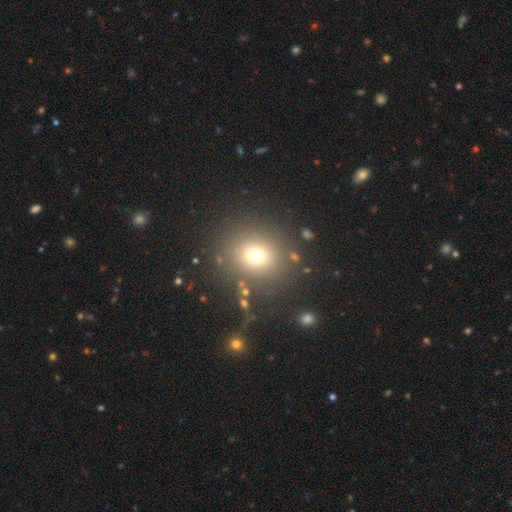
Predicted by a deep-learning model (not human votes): Overall: smooth (70%). How rounded: round (82%). Merging: none (84%).